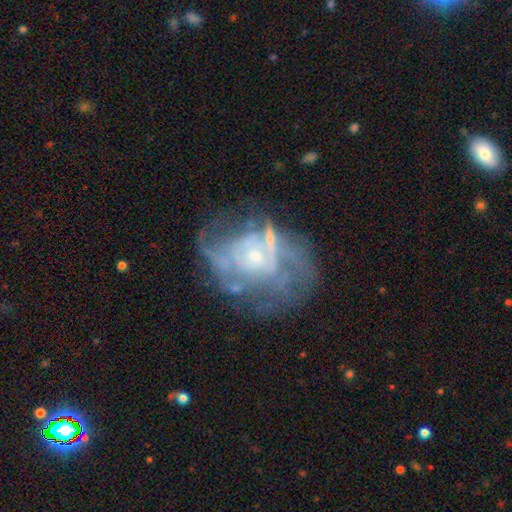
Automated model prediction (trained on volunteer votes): This appears to be a featured or disk galaxy (77%) with no bar (78%), spiral arms (57%) and a small central bulge (65%). Merging: none (41%).